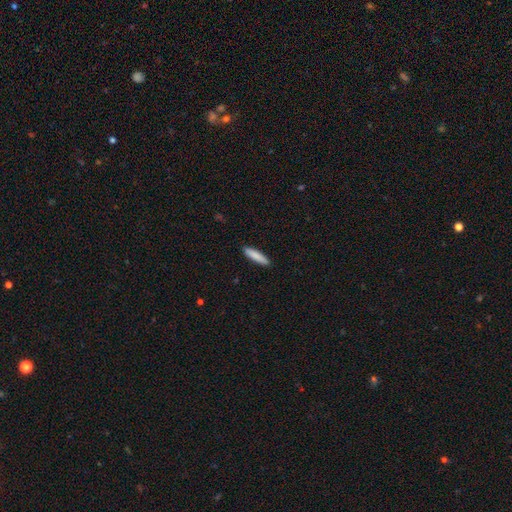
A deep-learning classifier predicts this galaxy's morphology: smooth_or_featured: smooth (p=0.86) [alt: featured or disk p=0.09]
how_rounded: cigar-shaped (p=0.83) [alt: in between p=0.15]
merging: none (p=0.91) [alt: minor disturbance p=0.06]